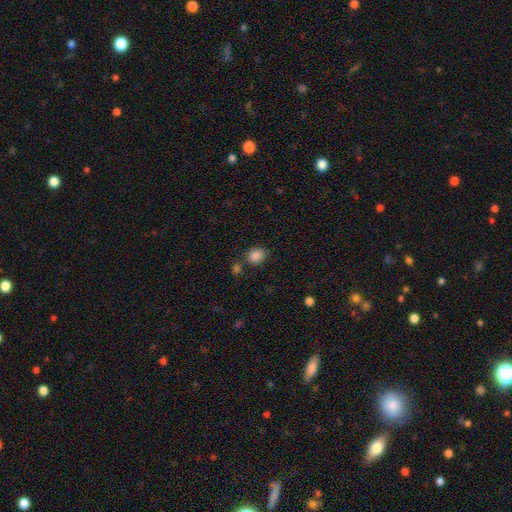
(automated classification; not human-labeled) A smooth galaxy with no disk features (86%) that is round (51%).

Vote fractions:
- Smooth or featured? smooth: 86% / star or artifact: 10% / featured or disk: 4%
- How rounded? round: 51% / in between: 48% / cigar-shaped: 1%
- Merging? none: 72% / minor disturbance: 13% / merger: 11% / major disturbance: 4%